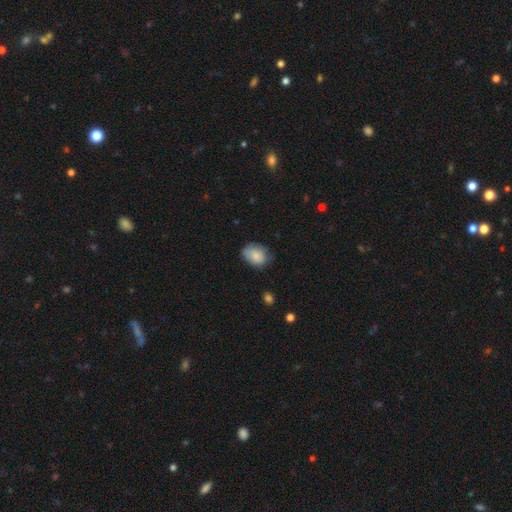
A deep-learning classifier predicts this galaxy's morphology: Smooth or featured: smooth — 81% (featured or disk — 11%)
How rounded: in between — 67% (round — 32%)
Merging: none — 63% (minor disturbance — 29%)